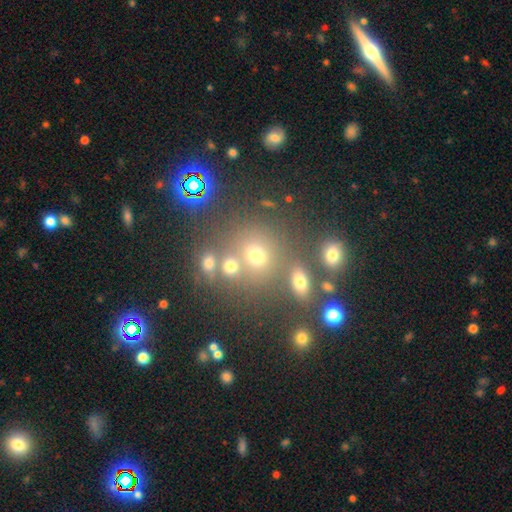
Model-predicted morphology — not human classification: Smooth or featured? smooth (51%)
How rounded? round (85%)
Merging? none (65%)